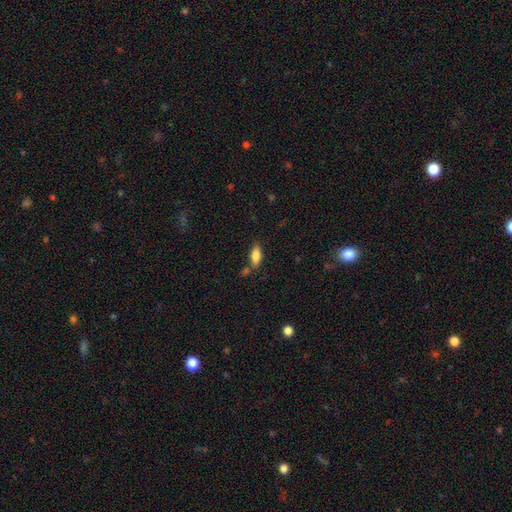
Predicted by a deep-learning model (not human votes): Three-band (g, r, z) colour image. It shows a smooth galaxy with no disk features (83%) that is in between round and cigar-shaped (80%). Merging: none (70%).